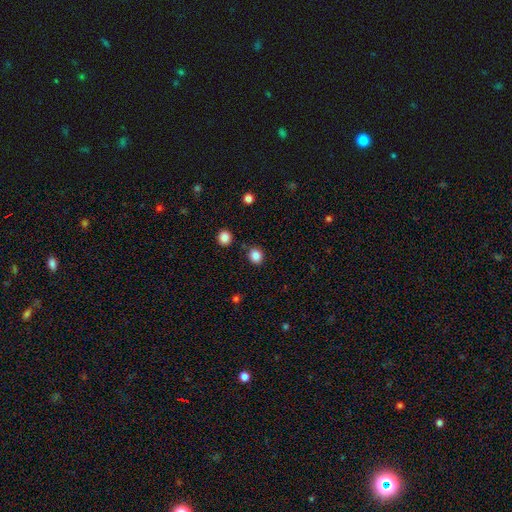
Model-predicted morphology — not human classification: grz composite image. It shows a smooth galaxy with no disk features (85%) that is round (74%). Merging: none (82%).